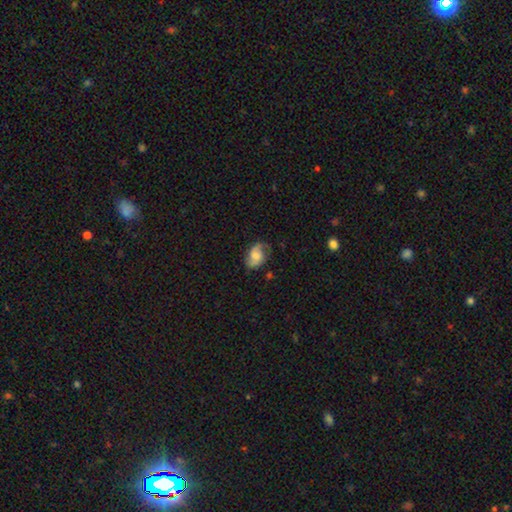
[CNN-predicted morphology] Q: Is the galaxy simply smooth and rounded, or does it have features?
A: featured or disk — 61%.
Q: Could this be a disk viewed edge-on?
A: no — 97%.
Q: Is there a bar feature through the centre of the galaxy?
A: no — 56%.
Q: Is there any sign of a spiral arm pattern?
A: yes — 92%.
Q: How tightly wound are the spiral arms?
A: medium — 43%.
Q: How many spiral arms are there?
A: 2 — 84%.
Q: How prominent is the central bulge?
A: moderate — 33%.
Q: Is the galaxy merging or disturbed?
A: none — 67%.